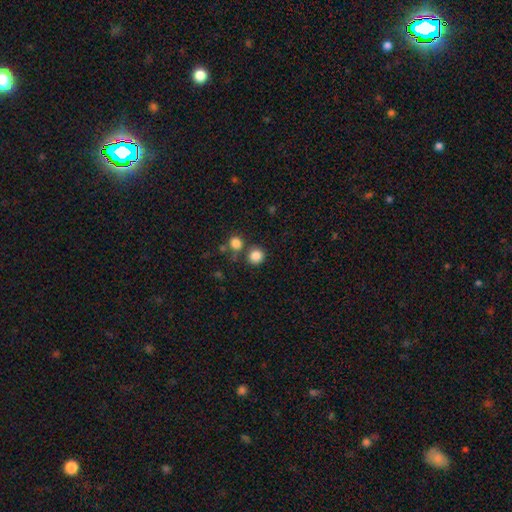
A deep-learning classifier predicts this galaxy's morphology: The model was most divided on "merging": none: 73%, merger: 15%, minor disturbance: 8%, major disturbance: 3%. More confident: how rounded — round (89%); smooth or featured — smooth (85%).